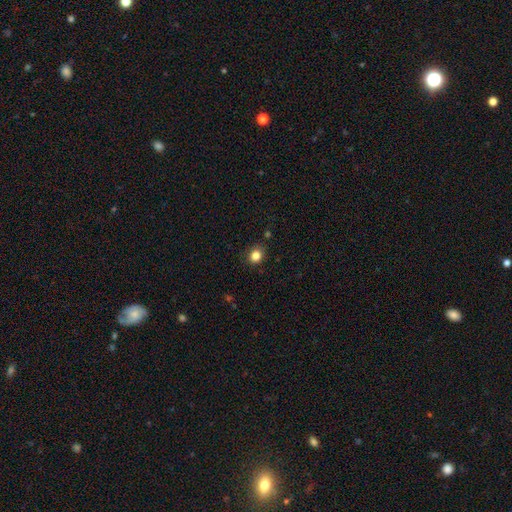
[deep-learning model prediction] smooth 84%, star or artifact 11%, featured or disk 5%. Down the decision tree: how rounded — round (68%); merging — none (86%).